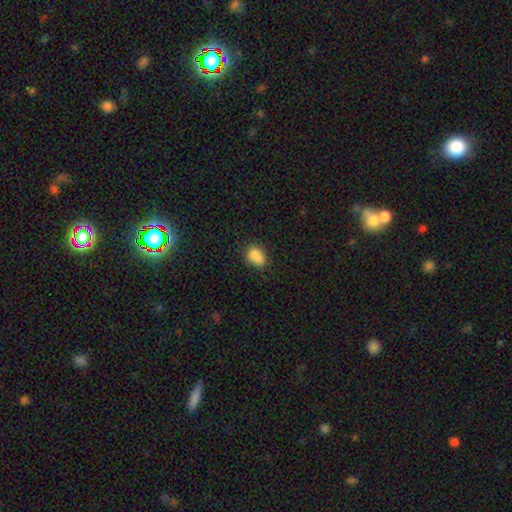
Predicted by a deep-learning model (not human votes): Smooth or featured? Predicted: smooth (p=0.80). How rounded? Predicted: in between (p=0.66). Merging? Predicted: none (p=0.48).